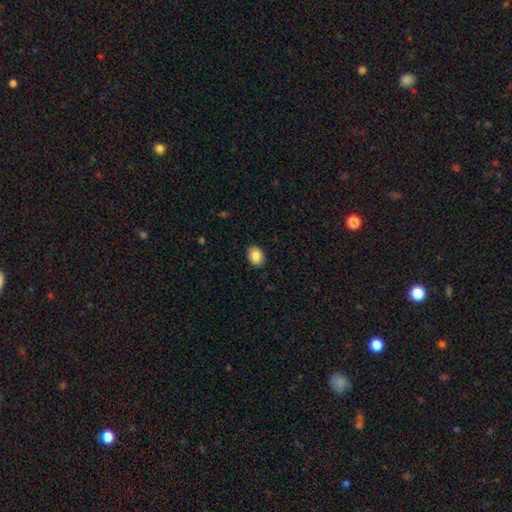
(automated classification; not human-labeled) Smooth or featured? Predicted: smooth (p=0.88). How rounded? Predicted: in between (p=0.66). Merging? Predicted: none (p=0.90).